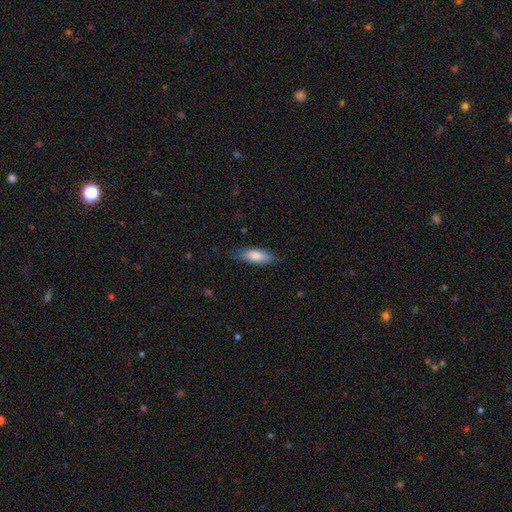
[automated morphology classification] Smooth or featured?
  - smooth: 81% *
  - featured or disk: 13%
  - star or artifact: 6%
How rounded?
  - in between: 65% *
  - cigar-shaped: 33%
  - round: 2%
Merging?
  - none: 79% *
  - minor disturbance: 16%
  - major disturbance: 3%
  - merger: 1%